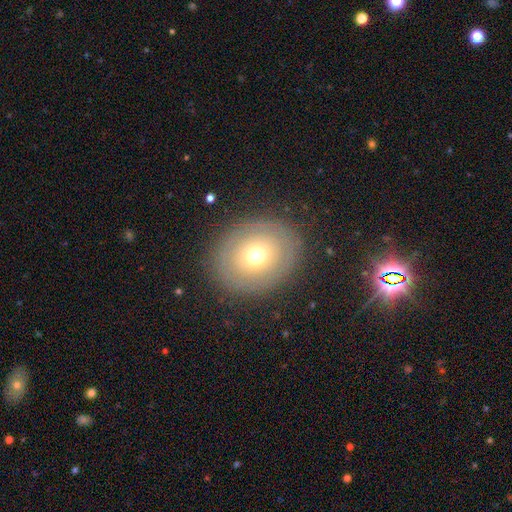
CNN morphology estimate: Smooth or featured?
  - smooth: 56% *
  - featured or disk: 33%
  - star or artifact: 10%
How rounded?
  - round: 54% *
  - in between: 45%
  - cigar-shaped: 1%
Merging?
  - none: 85% *
  - minor disturbance: 10%
  - major disturbance: 4%
  - merger: 1%